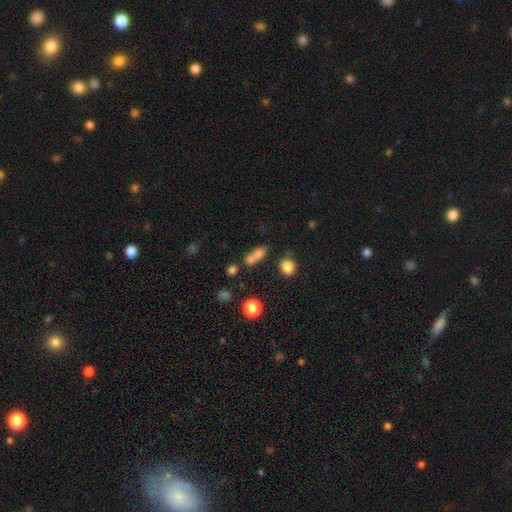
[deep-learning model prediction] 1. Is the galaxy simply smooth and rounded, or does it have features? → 73% smooth, 14% star or artifact, 13% featured or disk.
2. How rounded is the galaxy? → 54% in between, 37% round, 8% cigar-shaped.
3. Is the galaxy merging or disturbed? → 52% merger, 33% none, 9% minor disturbance, 6% major disturbance.